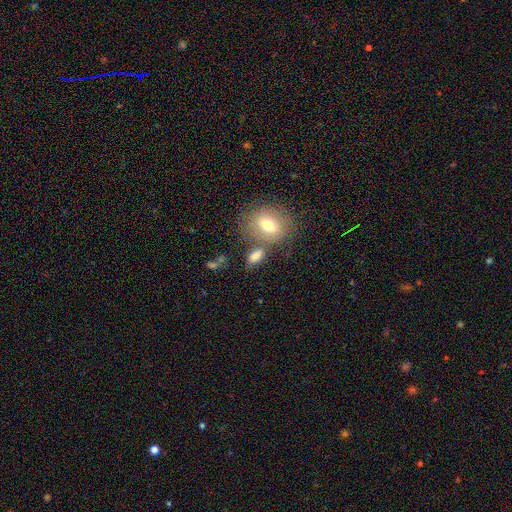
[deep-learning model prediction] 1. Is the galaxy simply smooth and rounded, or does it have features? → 77% smooth, 13% featured or disk, 10% star or artifact.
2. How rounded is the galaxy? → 80% in between, 12% round, 7% cigar-shaped.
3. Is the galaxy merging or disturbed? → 58% none, 22% merger, 14% minor disturbance, 6% major disturbance.